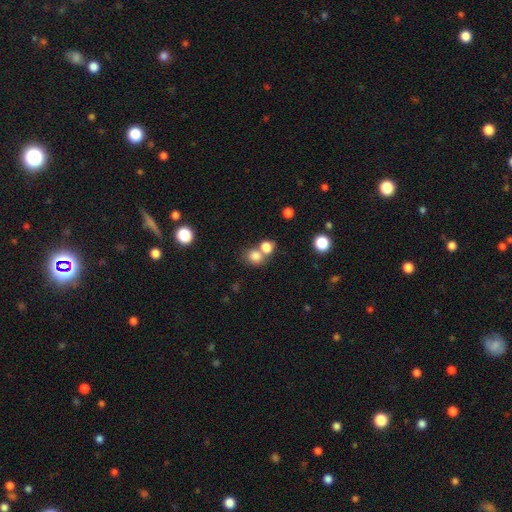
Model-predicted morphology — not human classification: Smooth or featured? Predicted: smooth (p=0.79). How rounded? Predicted: round (p=0.70). Merging? Predicted: none (p=0.46).